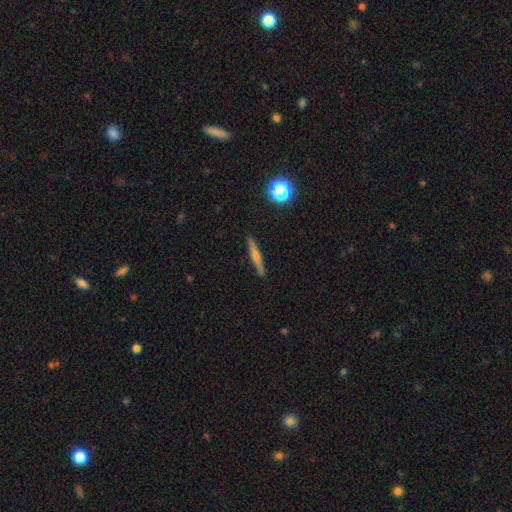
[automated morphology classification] Smooth or featured? Predicted: featured or disk (p=0.61). Edge-on disk? Predicted: yes (p=0.97). Edge-on bulge? Predicted: rounded (p=0.82). Merging? Predicted: none (p=0.92).